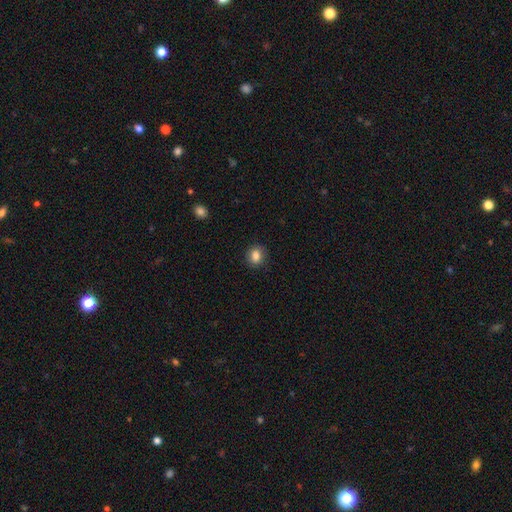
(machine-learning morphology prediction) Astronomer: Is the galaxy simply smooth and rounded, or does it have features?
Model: smooth — 84%.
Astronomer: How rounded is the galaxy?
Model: round — 63%.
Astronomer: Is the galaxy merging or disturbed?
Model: none — 87%.